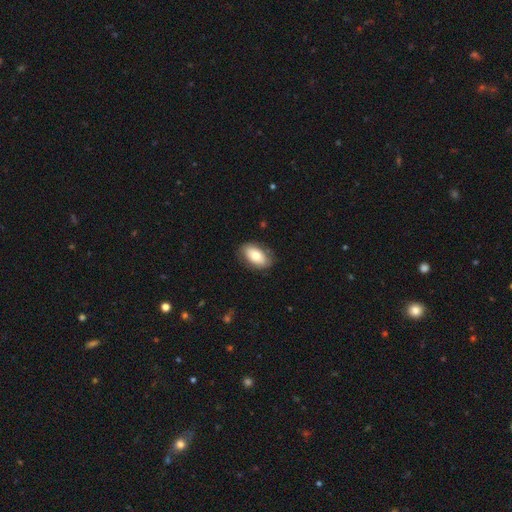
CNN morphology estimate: Smooth or featured? smooth (73%)
How rounded? in between (93%)
Merging? none (81%)